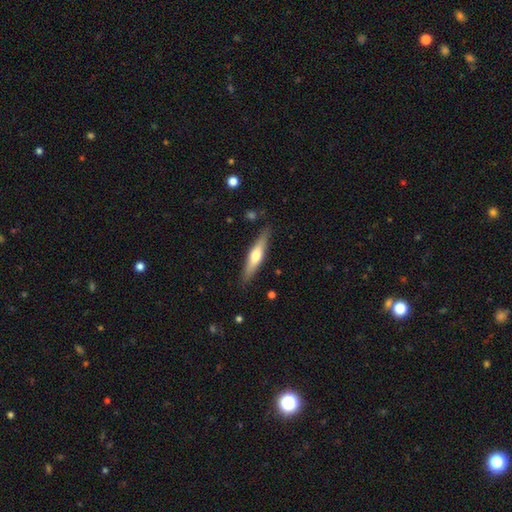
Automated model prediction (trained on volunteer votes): The model was most divided on "smooth or featured": featured or disk: 52%, smooth: 43%, star or artifact: 5%. More confident: edge-on disk — yes (94%); merging — none (87%).